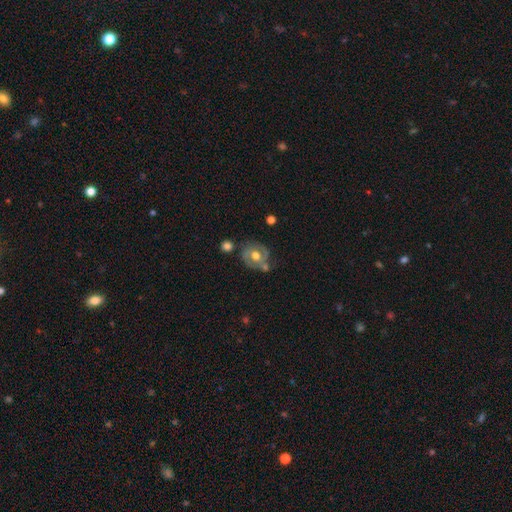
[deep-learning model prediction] Smooth or featured? featured or disk (66%)
Edge-on disk? no (97%)
Bar? no (61%)
Spiral arms? yes (69%)
Bulge size? moderate (74%)
Merging? none (61%)